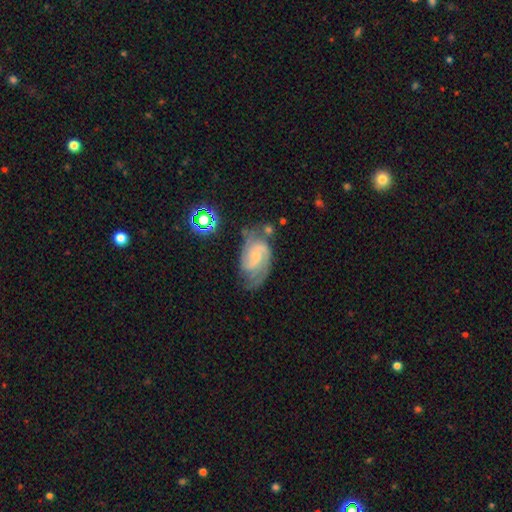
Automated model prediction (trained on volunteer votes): smooth_or_featured: featured or disk (p=0.82) [alt: smooth p=0.11]
disk_edge_on: no (p=0.97) [alt: yes p=0.03]
bar: no (p=0.52) [alt: weak p=0.41]
has_spiral_arms: yes (p=0.96) [alt: no p=0.04]
spiral_winding: medium (p=0.47) [alt: tight p=0.40]
spiral_arm_count: 2 (p=0.63) [alt: can't tell p=0.16]
bulge_size: small (p=0.65) [alt: moderate p=0.27]
merging: none (p=0.55) [alt: minor disturbance p=0.26]